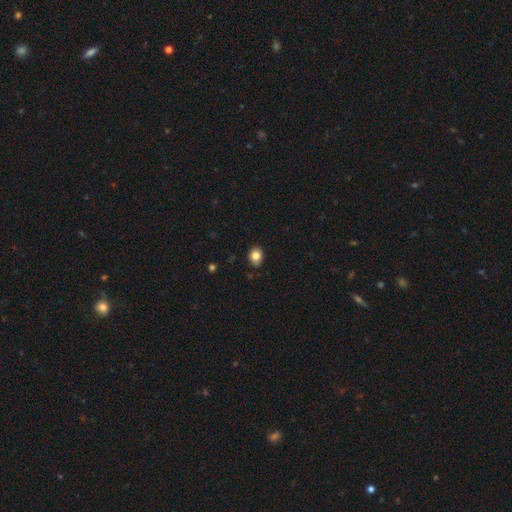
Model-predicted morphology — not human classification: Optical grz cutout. It shows a smooth galaxy with no disk features (83%) that is round (52%). Merging: none (82%).